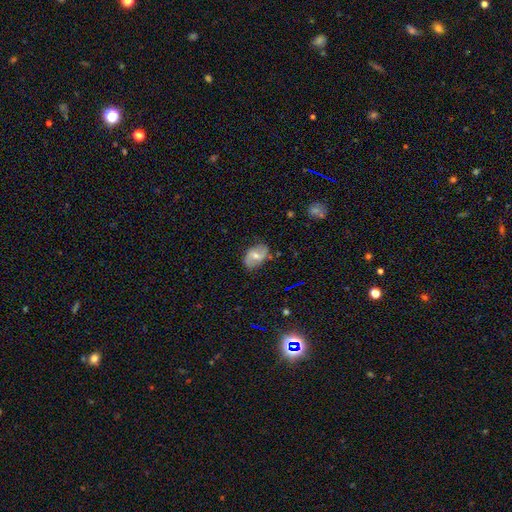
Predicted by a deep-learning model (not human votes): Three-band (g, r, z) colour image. It shows a featured or disk galaxy (61%) with a weak bar (46%), spiral arms (81%) and a moderate central bulge (61%). Merging: none (77%).